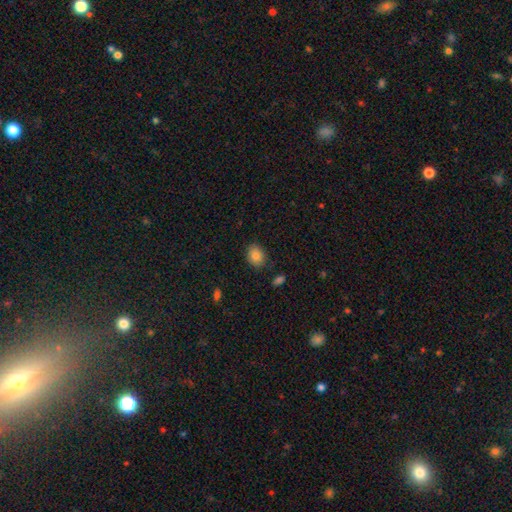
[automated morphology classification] Overall: smooth (84%). How rounded: in between (56%; round 43%). Merging: none (84%).